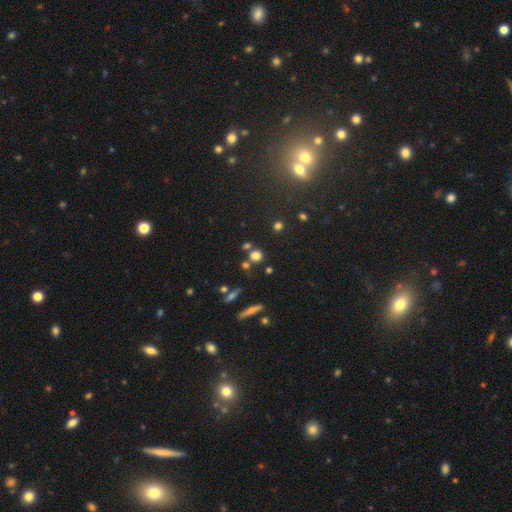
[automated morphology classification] A smooth galaxy with no disk features (72%) that is round (87%).

Vote fractions:
- Smooth or featured? smooth: 72% / star or artifact: 18% / featured or disk: 9%
- How rounded? round: 87% / in between: 11% / cigar-shaped: 2%
- Merging? none: 67% / merger: 21% / minor disturbance: 9% / major disturbance: 3%